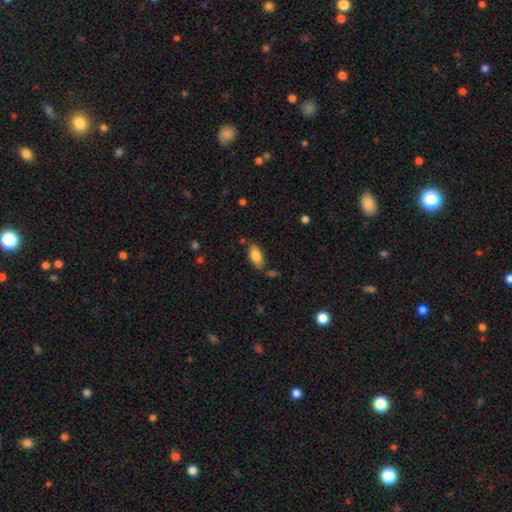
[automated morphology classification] Q: Smooth or featured?
A: smooth (83%); runner-up: featured or disk (10%)
Q: How rounded?
A: in between (91%); runner-up: cigar-shaped (7%)
Q: Merging?
A: none (77%); runner-up: minor disturbance (15%)